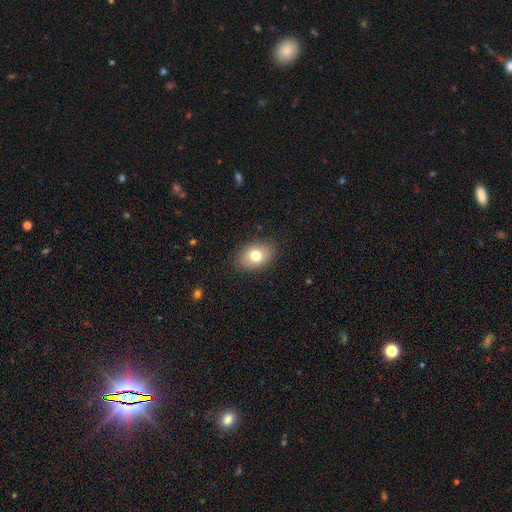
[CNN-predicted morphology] smooth_or_featured: smooth (p=0.77) [alt: featured or disk p=0.14]
how_rounded: in between (p=0.77) [alt: round p=0.22]
merging: none (p=0.86) [alt: minor disturbance p=0.10]